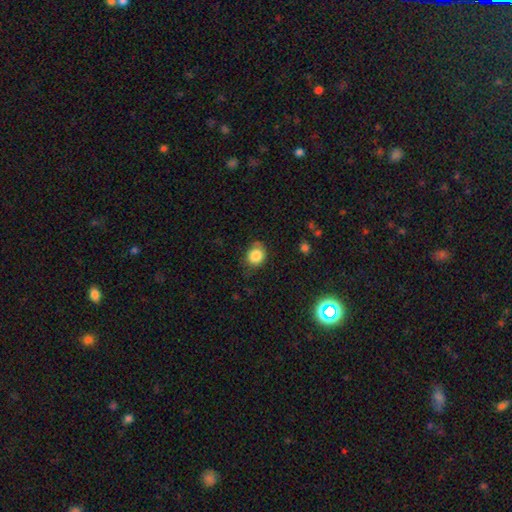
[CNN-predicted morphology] Q: Smooth or featured?
A: smooth (84%); runner-up: star or artifact (10%)
Q: How rounded?
A: round (67%); runner-up: in between (32%)
Q: Merging?
A: none (67%); runner-up: minor disturbance (25%)